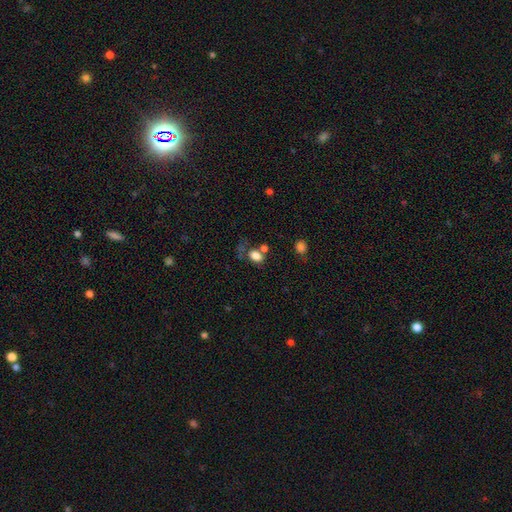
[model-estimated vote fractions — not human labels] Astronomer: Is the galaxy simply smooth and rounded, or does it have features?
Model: smooth — 79%.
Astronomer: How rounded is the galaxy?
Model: in between — 71%.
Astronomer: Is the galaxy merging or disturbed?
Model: none — 49% (runner-up: merger, 24%).